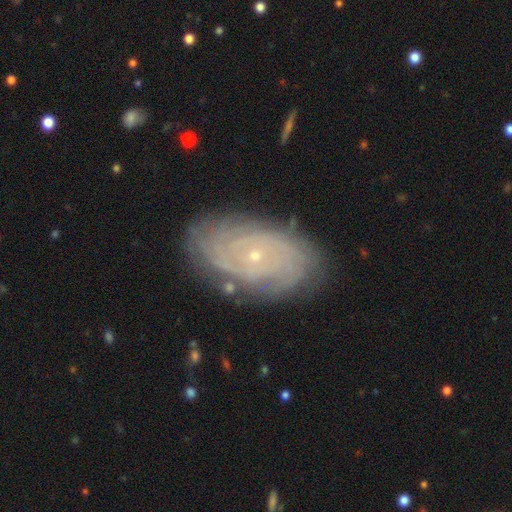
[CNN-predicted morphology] The model was most divided on "spiral arm count": can't tell: 37%, 2: 23%, 4: 13%, 3: 12%, more than 4: 9%, 1: 6%. More confident: edge-on disk — no (95%); spiral arms — yes (95%); bulge size — small (86%); smooth or featured — featured or disk (84%); merging — none (82%); spiral winding — tight (80%); bar — no (79%).